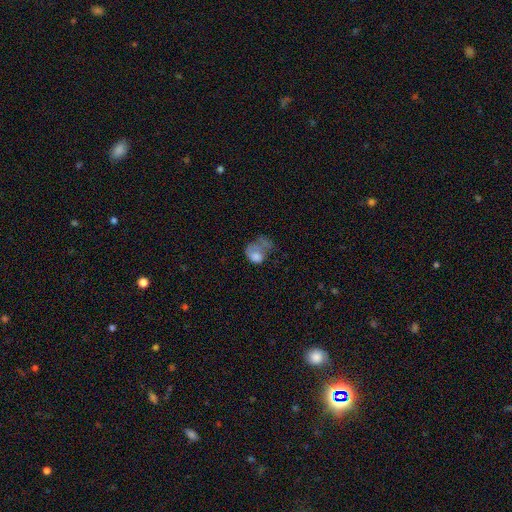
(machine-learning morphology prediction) smooth 61%, featured or disk 29%, star or artifact 10%. Down the decision tree: how rounded — in between (60%); merging — major disturbance (56%).